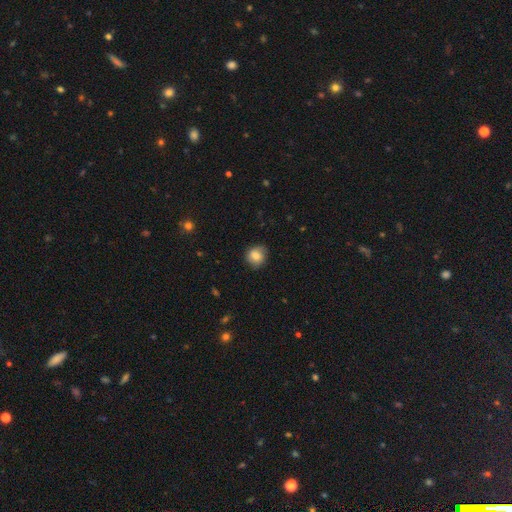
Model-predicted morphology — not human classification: Q: Smooth or featured?
A: smooth (77%); runner-up: featured or disk (14%)
Q: How rounded?
A: round (84%); runner-up: in between (15%)
Q: Merging?
A: none (80%); runner-up: minor disturbance (16%)